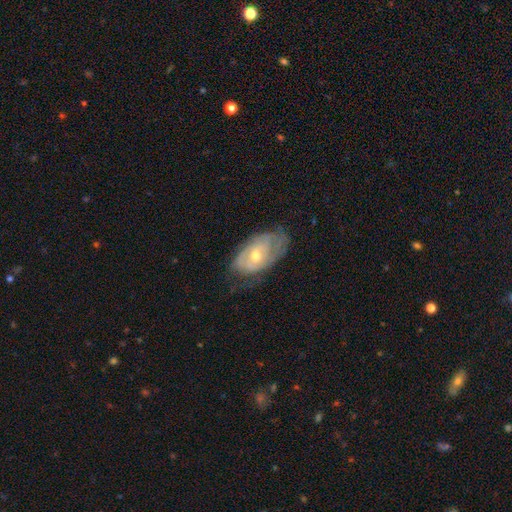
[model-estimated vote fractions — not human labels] Smooth or featured? Predicted: featured or disk (p=0.66). Edge-on disk? Predicted: no (p=0.92). Bar? Predicted: no (p=0.70). Spiral arms? Predicted: yes (p=0.72). Bulge size? Predicted: moderate (p=0.59). Merging? Predicted: none (p=0.57).